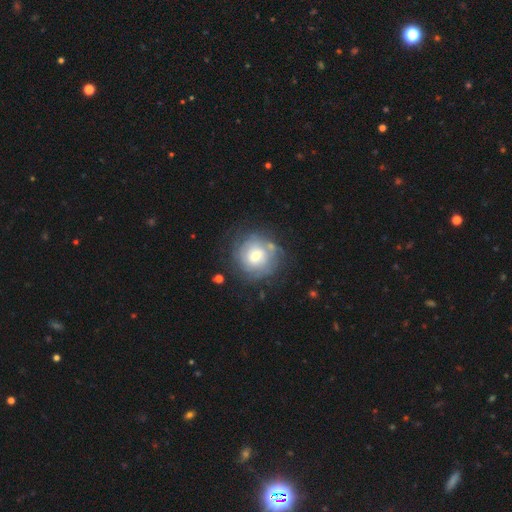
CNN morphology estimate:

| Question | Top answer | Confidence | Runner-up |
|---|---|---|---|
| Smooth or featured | featured or disk | 54% | smooth (38%) |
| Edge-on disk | no | 97% | yes (3%) |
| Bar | no | 69% | weak (26%) |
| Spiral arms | yes | 68% | no (32%) |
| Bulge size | moderate | 58% | small (32%) |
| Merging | none | 69% | minor disturbance (16%) |